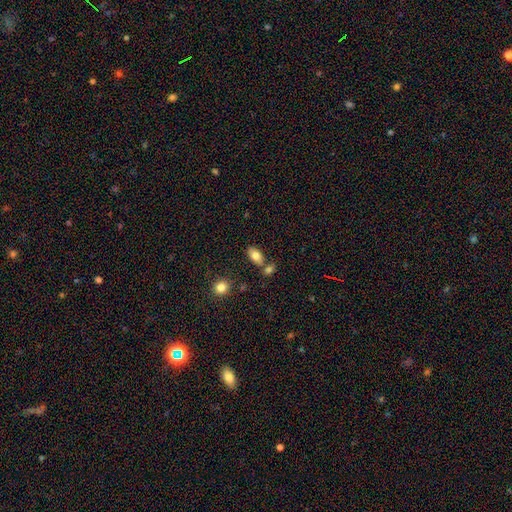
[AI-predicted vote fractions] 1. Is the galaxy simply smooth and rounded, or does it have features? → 80% smooth, 12% featured or disk, 8% star or artifact.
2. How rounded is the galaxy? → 91% in between, 5% round, 4% cigar-shaped.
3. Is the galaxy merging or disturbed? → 65% none, 20% merger, 12% minor disturbance, 3% major disturbance.